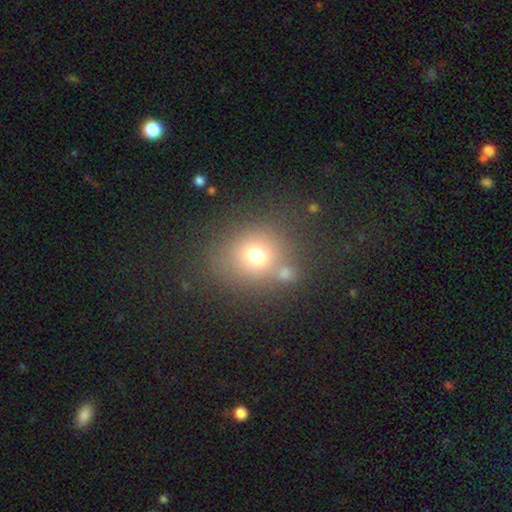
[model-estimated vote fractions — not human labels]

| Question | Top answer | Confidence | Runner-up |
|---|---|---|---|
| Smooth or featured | smooth | 71% | star or artifact (17%) |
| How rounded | round | 76% | in between (23%) |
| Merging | none | 64% | merger (17%) |